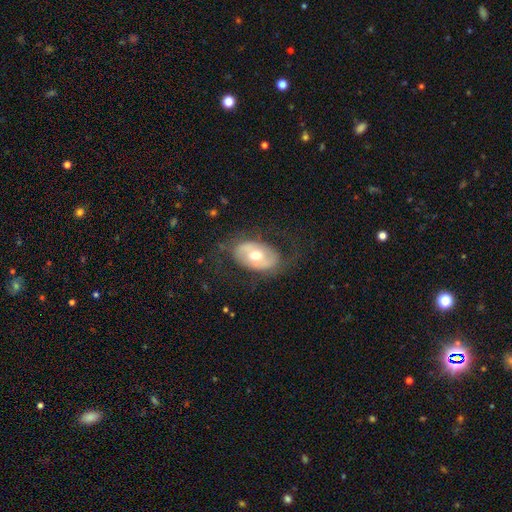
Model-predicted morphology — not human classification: smooth-or-featured: featured or disk: 55% | smooth: 39% | star or artifact: 6%
  disk-edge-on: no: 91% | yes: 9%
  merging: none: 70% | minor disturbance: 16% | major disturbance: 13% | merger: 1%